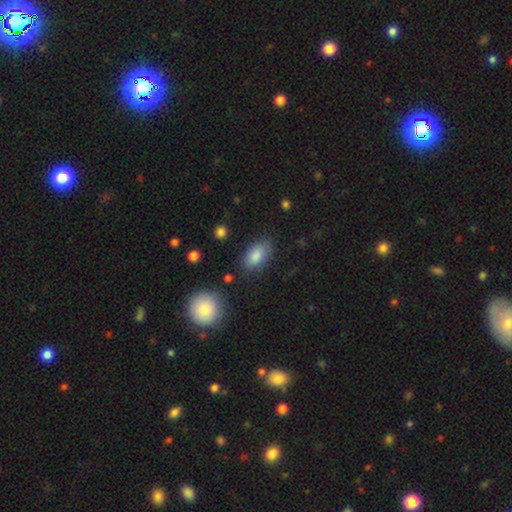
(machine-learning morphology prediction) Q: Smooth or featured?
A: smooth (85%); runner-up: star or artifact (8%)
Q: How rounded?
A: in between (91%); runner-up: round (6%)
Q: Merging?
A: none (77%); runner-up: minor disturbance (16%)